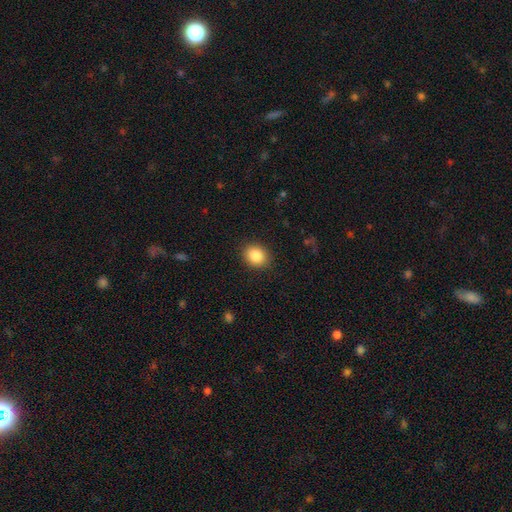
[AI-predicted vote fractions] The model was most divided on "how rounded": round: 60%, in between: 39%, cigar-shaped: 1%. More confident: merging — none (89%); smooth or featured — smooth (86%).